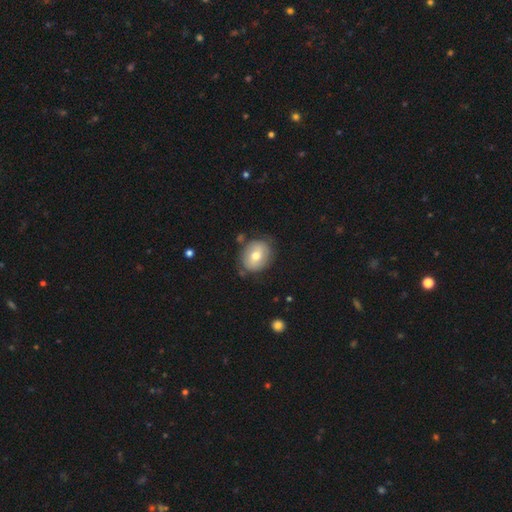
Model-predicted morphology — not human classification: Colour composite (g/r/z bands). It shows a smooth galaxy with no disk features (61%) that is round (57%). Merging: none (74%).